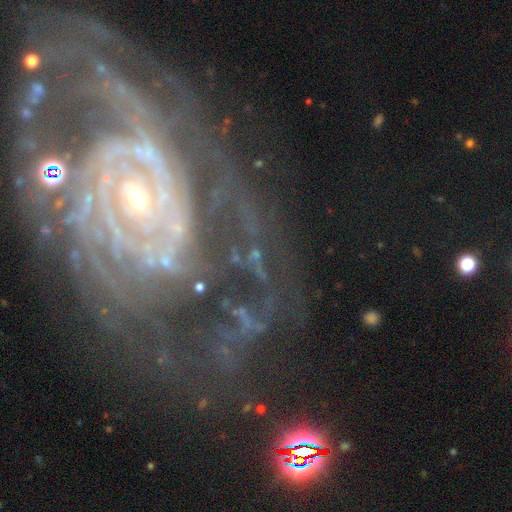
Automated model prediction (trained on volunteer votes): This appears to be a featured or disk galaxy (60%) with no bar (42%), spiral arms (86%) and a small central bulge (57%). Merging: none (60%).